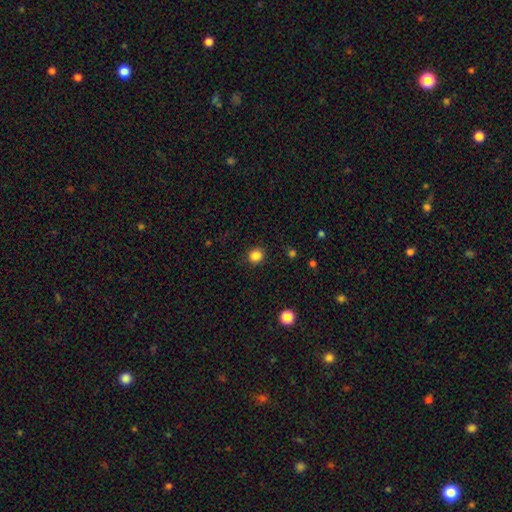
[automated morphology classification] The model was most divided on "how rounded": round: 83%, in between: 16%, cigar-shaped: 1%. More confident: merging — none (89%); smooth or featured — smooth (85%).